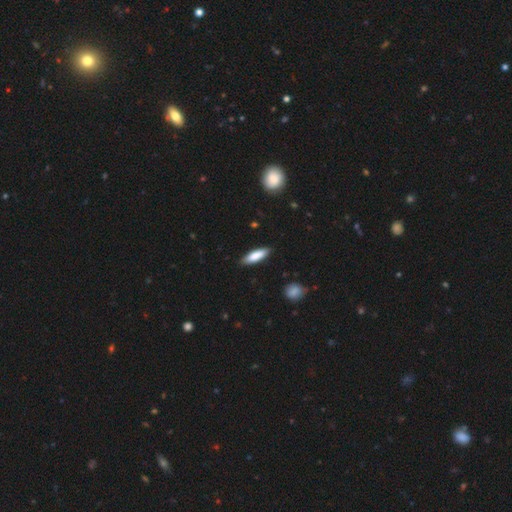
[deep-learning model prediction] Smooth or featured? Predicted: smooth (p=0.81). How rounded? Predicted: cigar-shaped (p=0.56). Merging? Predicted: none (p=0.87).